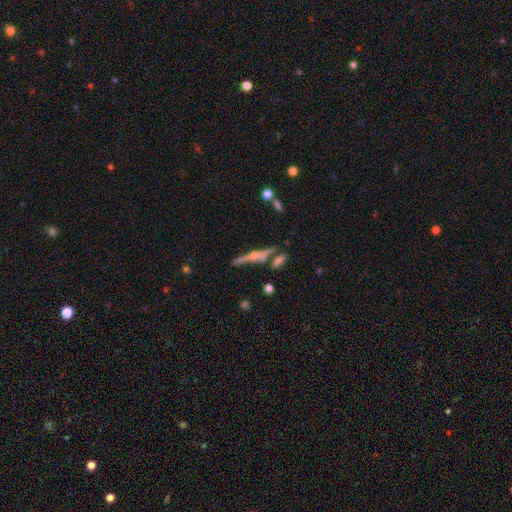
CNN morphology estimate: The model was most divided on "smooth or featured": featured or disk: 64%, smooth: 27%, star or artifact: 10%. More confident: edge-on disk — yes (94%); edge-on bulge — rounded (69%); merging — none (64%).